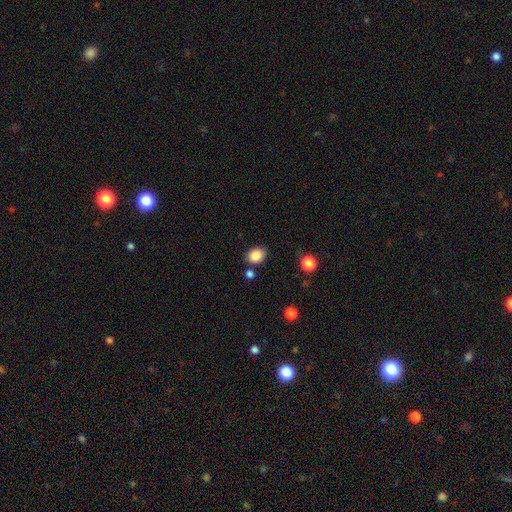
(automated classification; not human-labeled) Smooth or featured?
  - smooth: 87% *
  - star or artifact: 9%
  - featured or disk: 4%
How rounded?
  - in between: 59% *
  - round: 40%
  - cigar-shaped: 1%
Merging?
  - none: 78% *
  - minor disturbance: 13%
  - merger: 6%
  - major disturbance: 3%